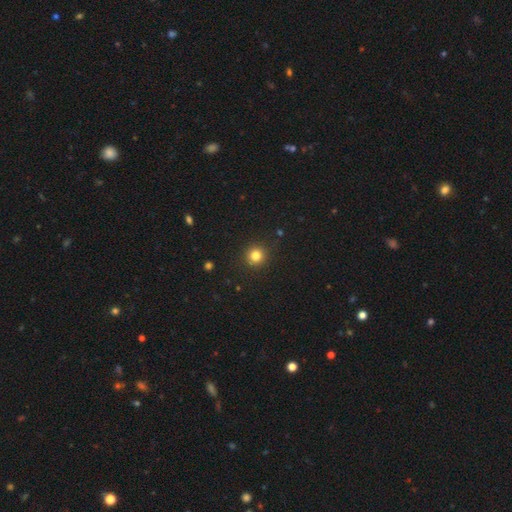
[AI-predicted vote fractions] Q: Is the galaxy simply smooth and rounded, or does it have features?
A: smooth — 82%.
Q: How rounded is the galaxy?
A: round — 93%.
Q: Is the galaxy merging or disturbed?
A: none — 91%.